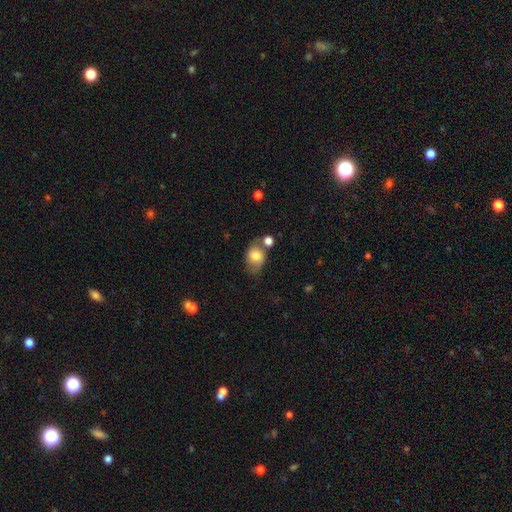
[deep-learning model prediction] A smooth galaxy with no disk features (71%) that is in between round and cigar-shaped (69%).

Vote fractions:
- Smooth or featured? smooth: 71% / featured or disk: 21% / star or artifact: 8%
- How rounded? in between: 69% / round: 29% / cigar-shaped: 1%
- Merging? none: 53% / minor disturbance: 23% / merger: 16% / major disturbance: 9%